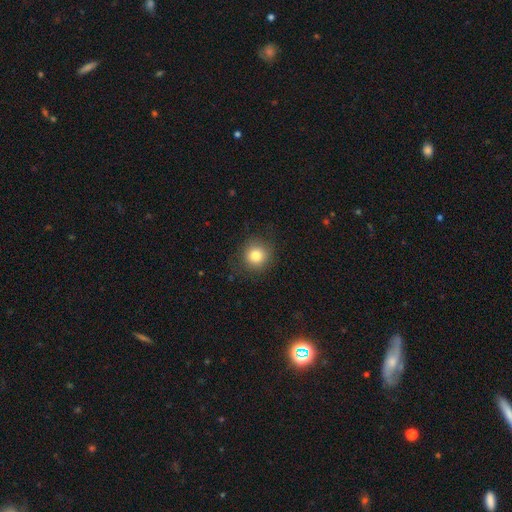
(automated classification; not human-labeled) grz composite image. It shows a smooth galaxy with no disk features (81%) that is round (91%). Merging: none (86%).